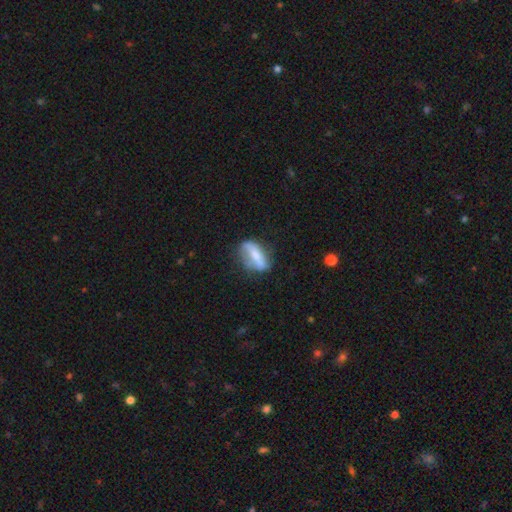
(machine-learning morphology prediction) Smooth or featured? Predicted: smooth (p=0.51). How rounded? Predicted: in between (p=0.73). Merging? Predicted: none (p=0.53).